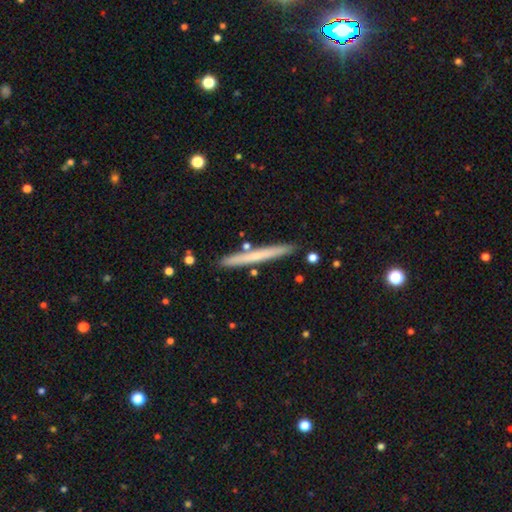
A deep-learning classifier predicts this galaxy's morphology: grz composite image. It shows a smooth galaxy with no disk features (54%) that is cigar-shaped (97%). Merging: none (89%).